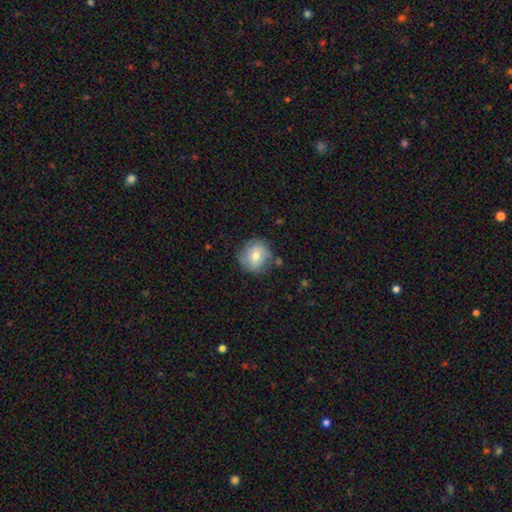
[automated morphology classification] Smooth or featured?
  - smooth: 69% *
  - featured or disk: 22%
  - star or artifact: 9%
How rounded?
  - round: 87% *
  - in between: 12%
  - cigar-shaped: 1%
Merging?
  - none: 77% *
  - minor disturbance: 17%
  - major disturbance: 4%
  - merger: 3%